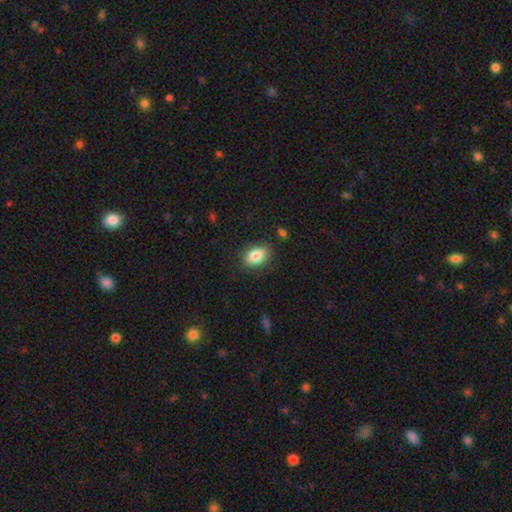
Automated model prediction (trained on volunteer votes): The model was most divided on "merging": none: 84%, minor disturbance: 11%, major disturbance: 3%, merger: 2%. More confident: how rounded — in between (88%); smooth or featured — smooth (85%).